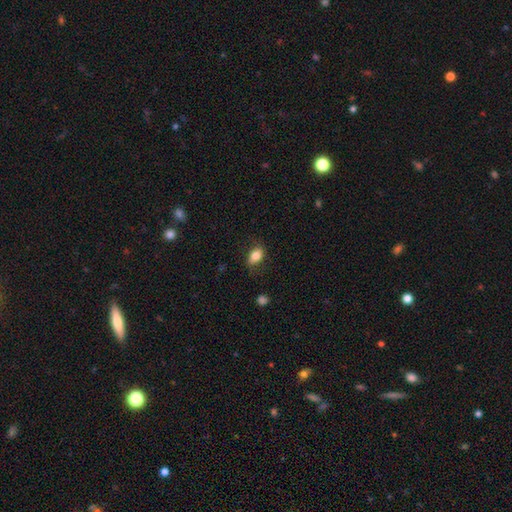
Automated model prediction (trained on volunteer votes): The model was most divided on "merging": none: 75%, minor disturbance: 18%, major disturbance: 5%, merger: 1%. More confident: how rounded — in between (86%); smooth or featured — smooth (80%).